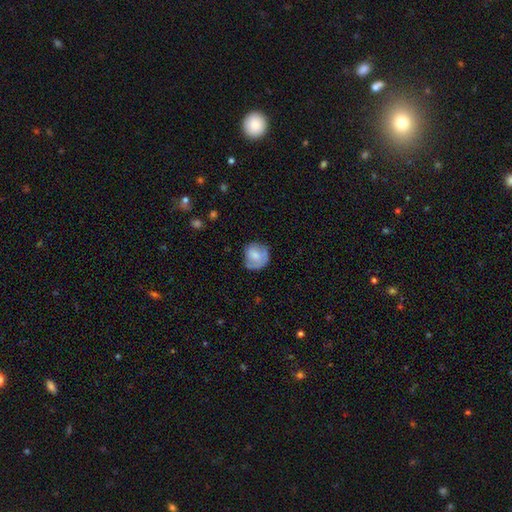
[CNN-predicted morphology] Overall: smooth (64%; featured or disk 29%). How rounded: round (81%). Merging: none (59%; minor disturbance 27%).